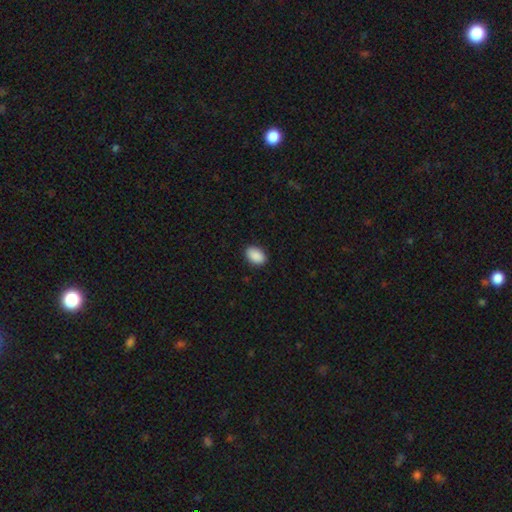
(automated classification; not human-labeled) smooth 91%, star or artifact 7%, featured or disk 2%. Down the decision tree: how rounded — in between (89%); merging — none (88%).